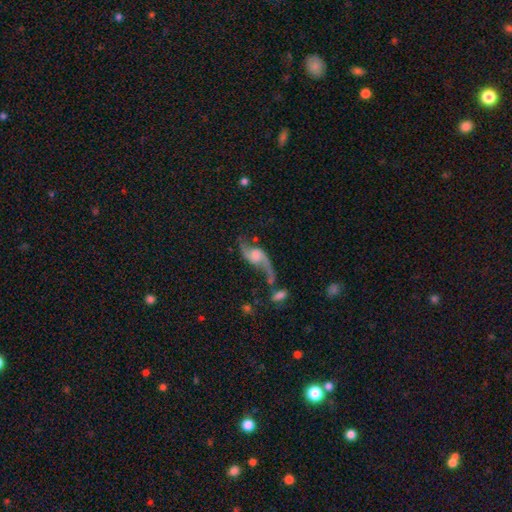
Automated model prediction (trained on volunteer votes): featured or disk 83%, smooth 11%, star or artifact 6%. Down the decision tree: edge-on disk — no (95%); bar — no (53%); spiral arms — yes (93%); spiral arm count — 2 (90%); spiral winding — loose (88%); bulge size — none (32%); merging — none (46%).